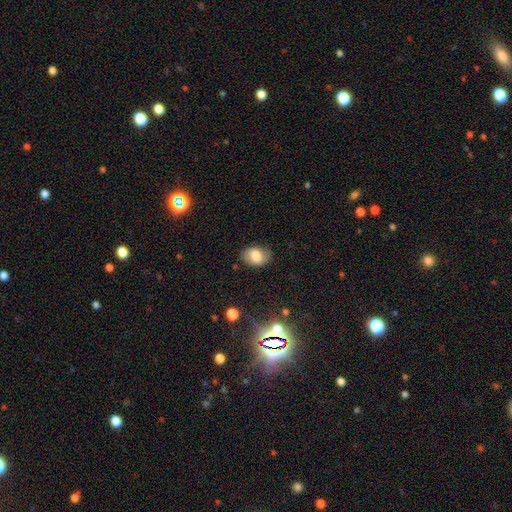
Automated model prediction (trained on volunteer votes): Smooth or featured: smooth — 71% (featured or disk — 19%)
How rounded: in between — 77% (round — 22%)
Merging: none — 78% (minor disturbance — 16%)